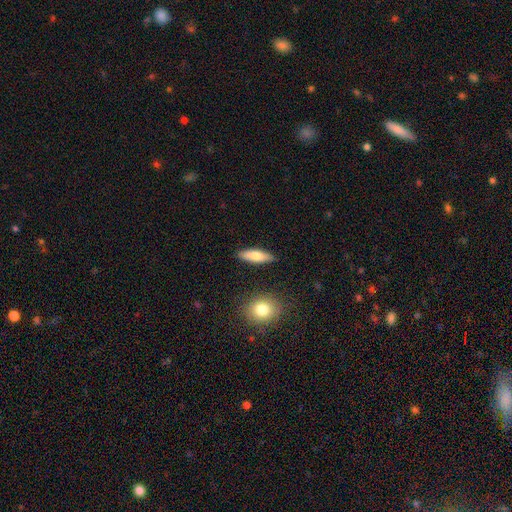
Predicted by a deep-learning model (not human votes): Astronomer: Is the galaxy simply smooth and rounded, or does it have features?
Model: smooth — 72%.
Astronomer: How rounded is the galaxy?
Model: in between — 50% (runner-up: cigar-shaped, 47%).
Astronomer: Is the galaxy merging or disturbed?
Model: none — 87%.